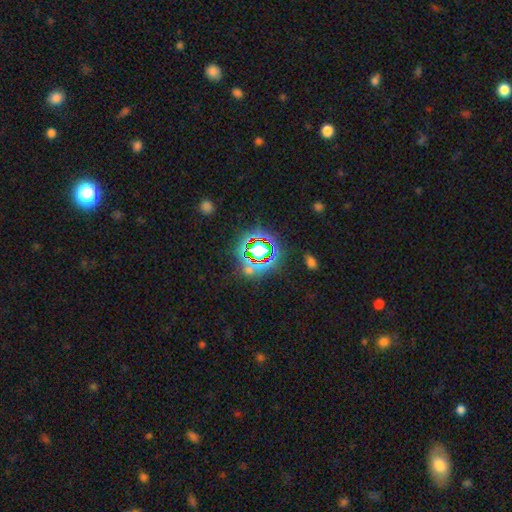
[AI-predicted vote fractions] Smooth or featured?
  - star or artifact: 76% *
  - smooth: 15%
  - featured or disk: 9%